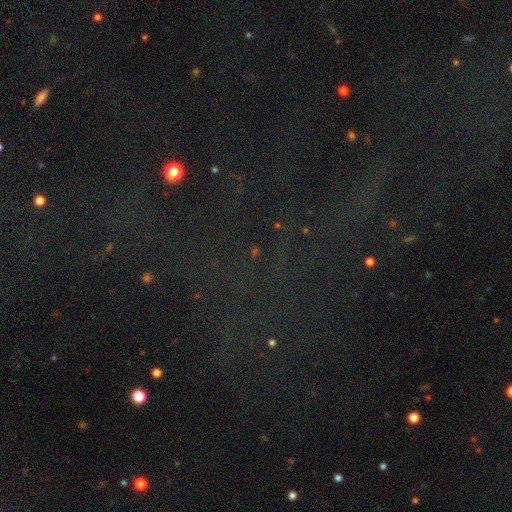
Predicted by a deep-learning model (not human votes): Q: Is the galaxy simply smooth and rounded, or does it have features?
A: star or artifact — 74%.